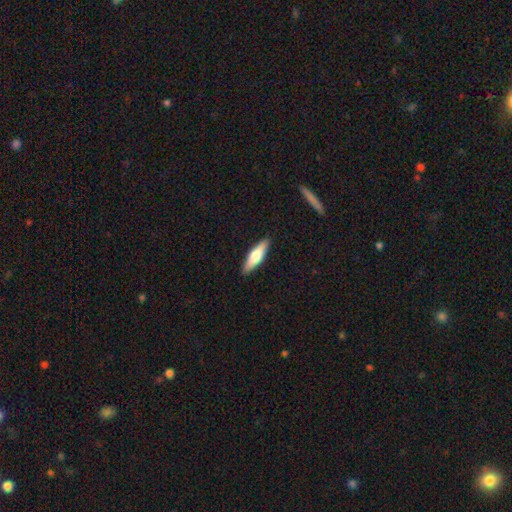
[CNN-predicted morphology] This is likely a smooth galaxy (60%). How rounded: possibly cigar-shaped (60%). Merging: clearly none (90%).